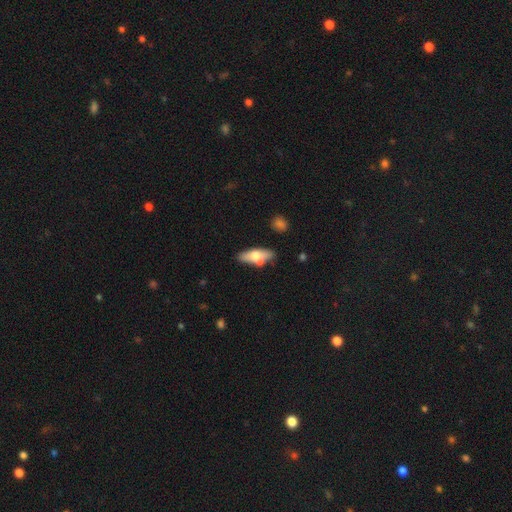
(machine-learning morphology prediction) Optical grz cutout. It shows a smooth galaxy with no disk features (57%) that is in between round and cigar-shaped (62%). Merging: none (54%).